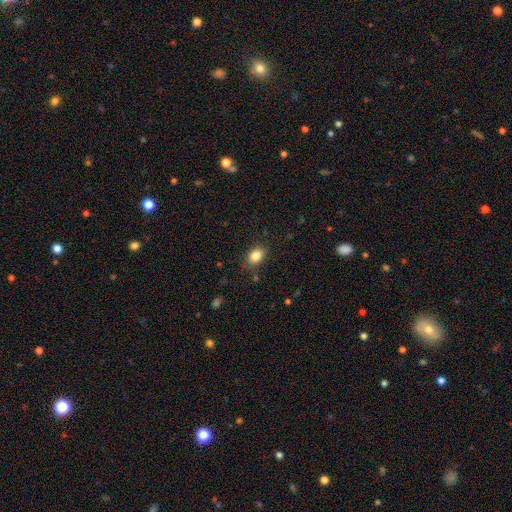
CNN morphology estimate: Smooth or featured?
  - smooth: 85% *
  - star or artifact: 9%
  - featured or disk: 6%
How rounded?
  - in between: 72% *
  - round: 26%
  - cigar-shaped: 1%
Merging?
  - none: 83% *
  - minor disturbance: 12%
  - major disturbance: 3%
  - merger: 2%